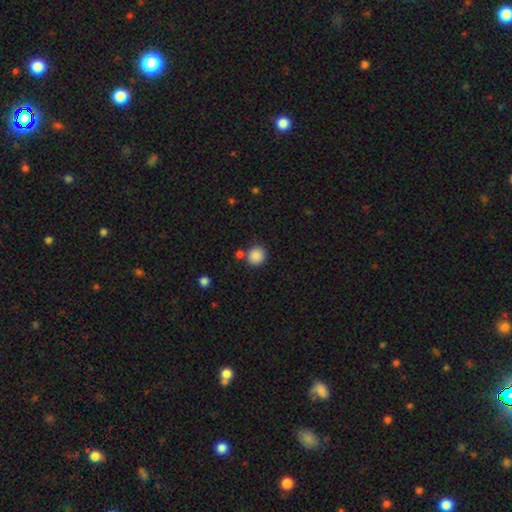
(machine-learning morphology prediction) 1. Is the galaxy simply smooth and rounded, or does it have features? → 87% smooth, 9% star or artifact, 3% featured or disk.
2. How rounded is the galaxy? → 88% round, 11% in between, 1% cigar-shaped.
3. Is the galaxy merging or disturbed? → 77% none, 11% merger, 9% minor disturbance, 3% major disturbance.